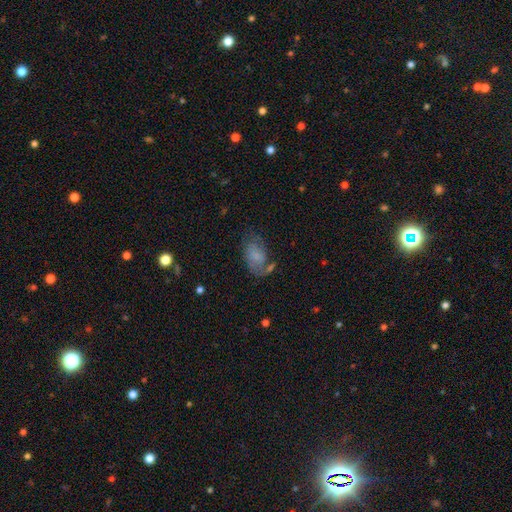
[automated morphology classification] The model was most divided on "merging": none: 45%, minor disturbance: 26%, major disturbance: 19%, merger: 10%. More confident: how rounded — in between (90%); smooth or featured — smooth (58%).